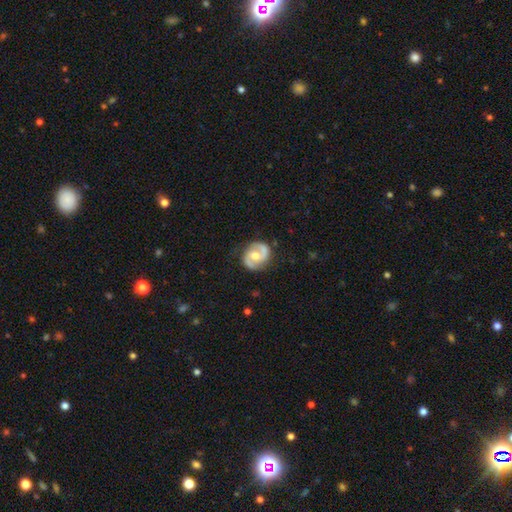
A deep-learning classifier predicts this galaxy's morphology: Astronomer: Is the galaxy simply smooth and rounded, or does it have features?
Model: featured or disk — 83%.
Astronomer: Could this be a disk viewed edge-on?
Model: no — 98%.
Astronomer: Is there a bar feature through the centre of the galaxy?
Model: no — 47% (runner-up: weak, 40%).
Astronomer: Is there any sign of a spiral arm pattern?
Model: yes — 94%.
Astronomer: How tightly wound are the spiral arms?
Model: medium — 53%.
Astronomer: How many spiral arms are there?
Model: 2 — 92%.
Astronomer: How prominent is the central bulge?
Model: moderate — 74%.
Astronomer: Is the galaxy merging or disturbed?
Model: none — 84%.